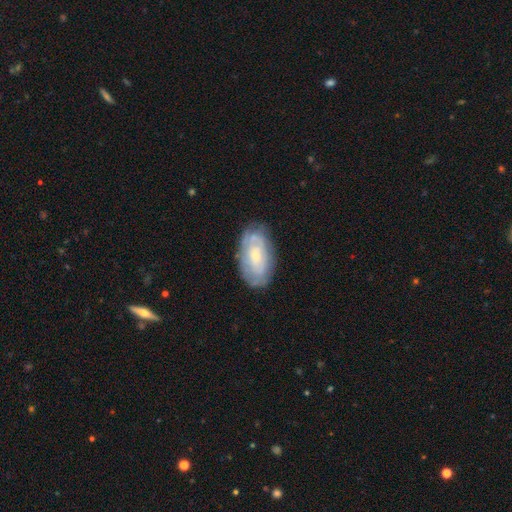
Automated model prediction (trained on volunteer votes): A featured or disk galaxy (54%) with no bar (73%), spiral arms (61%) and a small central bulge (57%).

Vote fractions:
- Smooth or featured? featured or disk: 54% / smooth: 39% / star or artifact: 7%
- Edge-on disk? no: 93% / yes: 7%
- Bar? no: 73% / weak: 23% / strong: 4%
- Spiral arms? yes: 61% / no: 39%
- Bulge size? small: 57% / moderate: 31% / none: 6% / large: 4% / dominant: 1%
- Merging? none: 72% / minor disturbance: 20% / major disturbance: 6% / merger: 2%